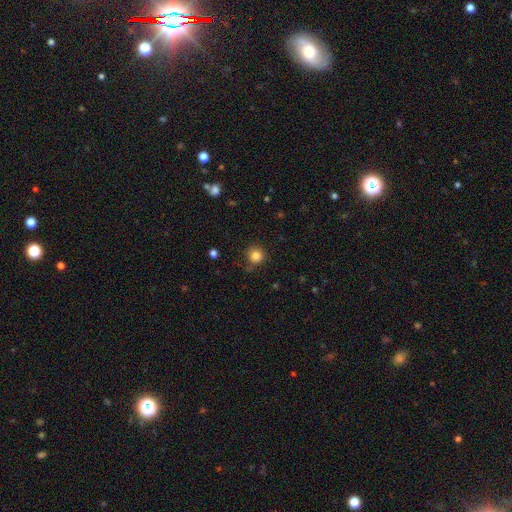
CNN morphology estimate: Overall: smooth (84%). How rounded: round (94%). Merging: none (83%).